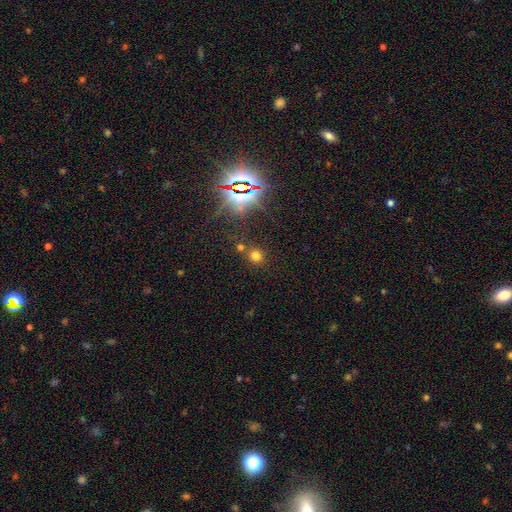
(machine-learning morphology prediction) Smooth or featured?
  - smooth: 64% *
  - star or artifact: 30%
  - featured or disk: 7%
How rounded?
  - round: 90% *
  - in between: 9%
  - cigar-shaped: 1%
Merging?
  - none: 73% *
  - merger: 15%
  - minor disturbance: 8%
  - major disturbance: 4%